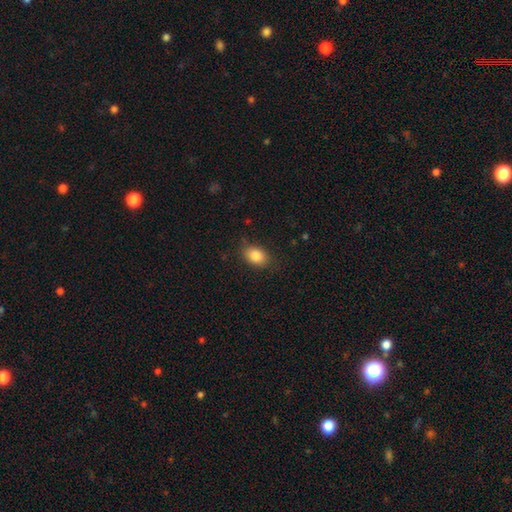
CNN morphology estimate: Smooth or featured? Predicted: smooth (p=0.85). How rounded? Predicted: in between (p=0.80). Merging? Predicted: none (p=0.82).